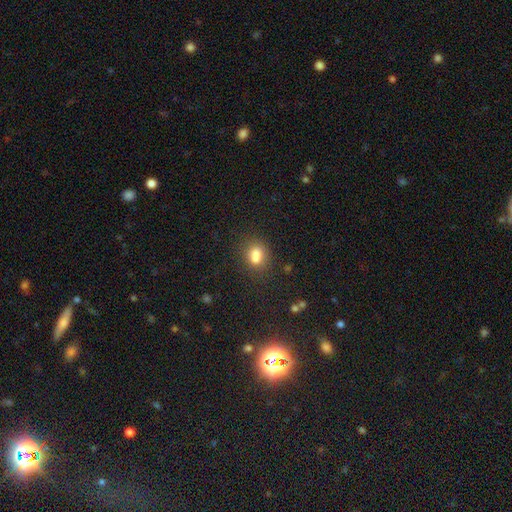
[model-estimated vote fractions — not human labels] A smooth galaxy with no disk features (75%) that is round (53%). Merging: none (47%).